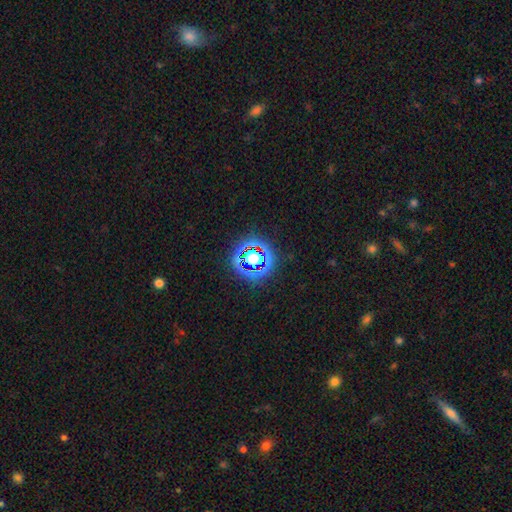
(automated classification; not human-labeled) smooth-or-featured: star or artifact: 59% | smooth: 28% | featured or disk: 13%